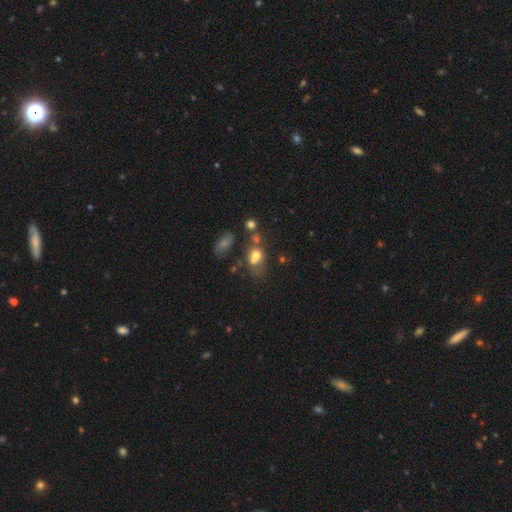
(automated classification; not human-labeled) Morphology: type=smooth (65%); roundness=round (50%); merging=merger (44%).